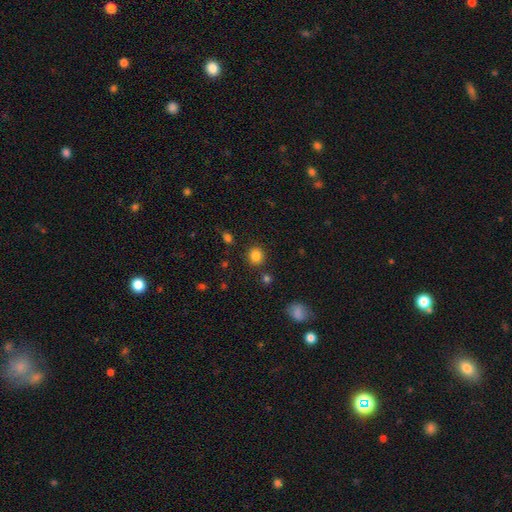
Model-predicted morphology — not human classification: smooth_or_featured: smooth (p=0.84) [alt: star or artifact p=0.12]
how_rounded: round (p=0.86) [alt: in between p=0.13]
merging: none (p=0.85) [alt: minor disturbance p=0.08]